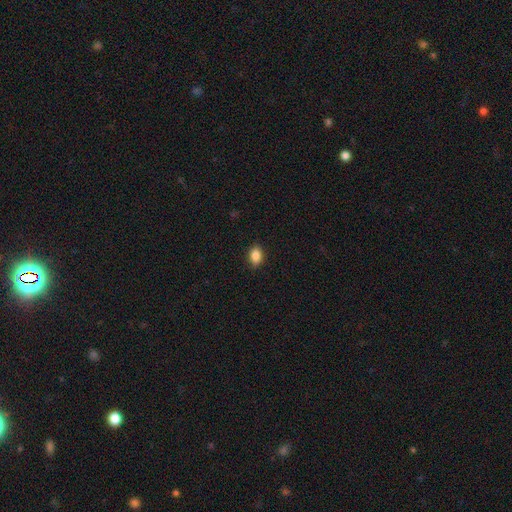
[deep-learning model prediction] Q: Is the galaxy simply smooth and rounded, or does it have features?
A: smooth — 87%.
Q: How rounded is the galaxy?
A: in between — 82%.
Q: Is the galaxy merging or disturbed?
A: none — 88%.